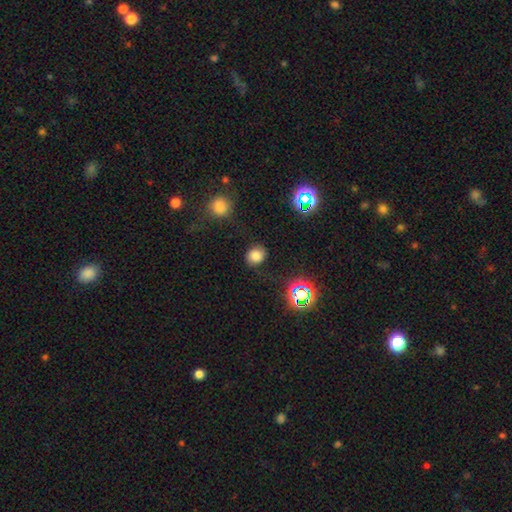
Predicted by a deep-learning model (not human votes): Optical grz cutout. It shows a smooth galaxy with no disk features (73%) that is round (67%). Merging: none (75%).